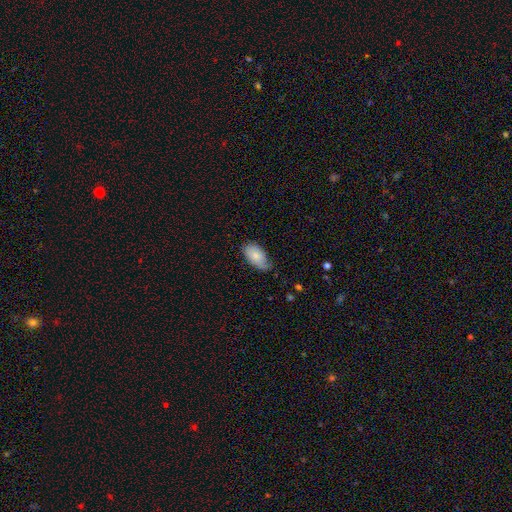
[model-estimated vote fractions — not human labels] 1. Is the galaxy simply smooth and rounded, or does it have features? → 77% smooth, 16% featured or disk, 7% star or artifact.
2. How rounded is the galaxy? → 94% in between, 4% round, 2% cigar-shaped.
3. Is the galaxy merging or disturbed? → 55% none, 36% minor disturbance, 7% major disturbance, 2% merger.